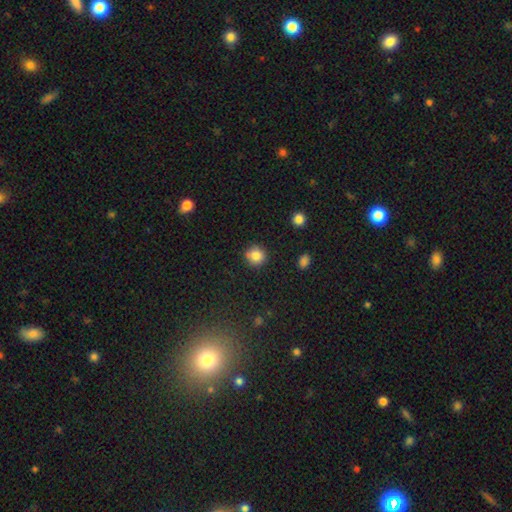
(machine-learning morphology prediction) Q: Smooth or featured?
A: smooth (83%); runner-up: star or artifact (11%)
Q: How rounded?
A: round (90%); runner-up: in between (9%)
Q: Merging?
A: none (82%); runner-up: minor disturbance (11%)